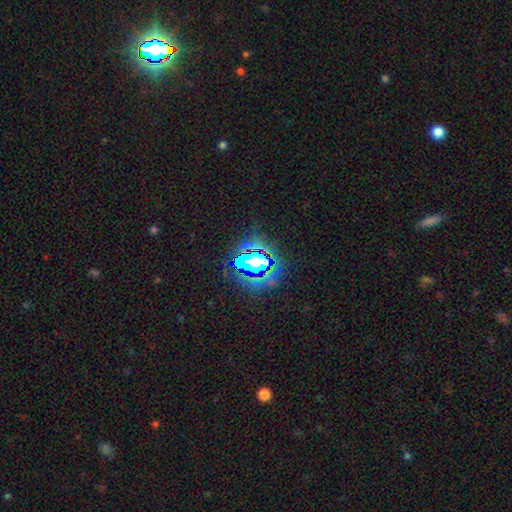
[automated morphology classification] Smooth or featured? star or artifact (76%)